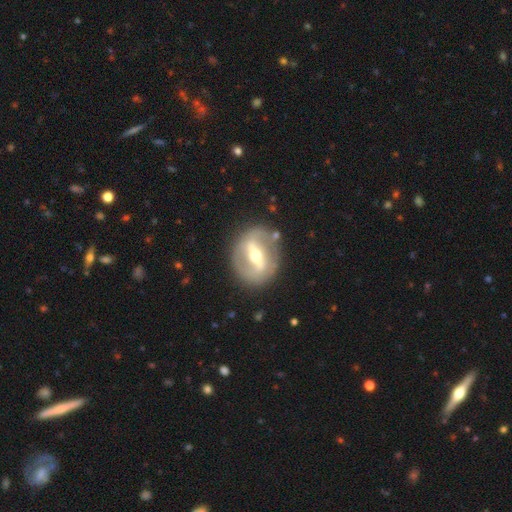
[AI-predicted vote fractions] This appears to be a featured or disk galaxy (77%) with a strong bar (68%), spiral arms (52%) and a moderate central bulge (67%). Merging: none (82%).